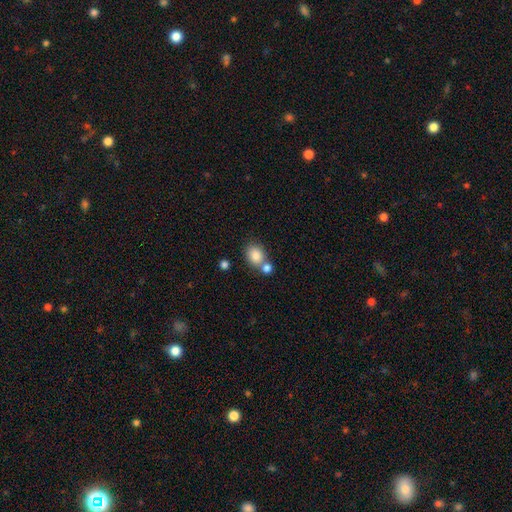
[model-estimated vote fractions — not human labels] smooth 84%, star or artifact 9%, featured or disk 7%. Down the decision tree: how rounded — round (56%); merging — none (52%).